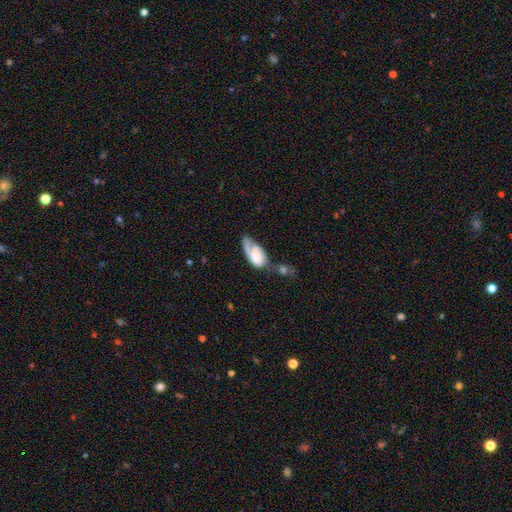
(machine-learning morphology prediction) This is possibly a smooth galaxy (53%). How rounded: clearly in between (90%). Merging: marginally major disturbance (28%).